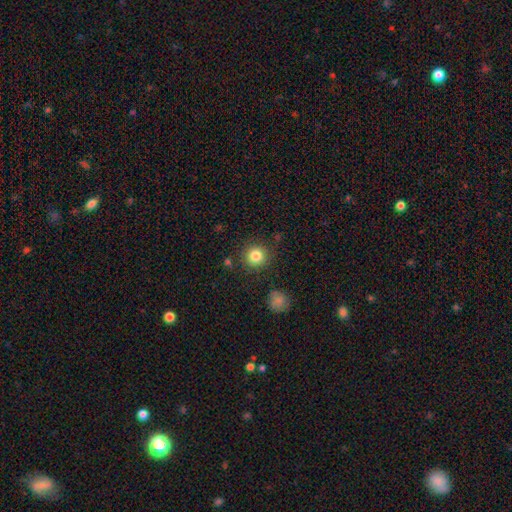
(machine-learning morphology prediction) This is clearly a smooth galaxy (83%). How rounded: clearly round (92%). Merging: clearly none (85%).